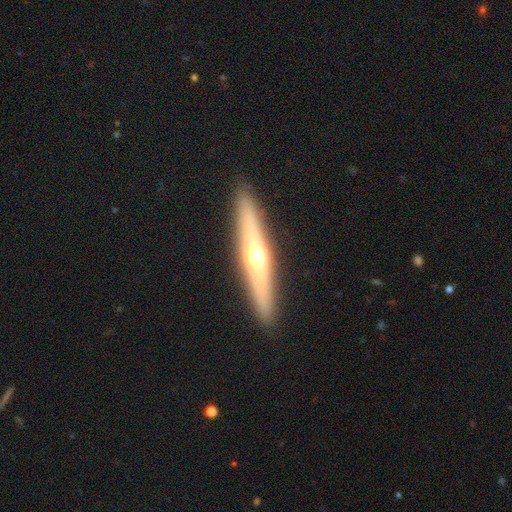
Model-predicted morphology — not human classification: smooth_or_featured: featured or disk (p=0.61) [alt: smooth p=0.33]
disk_edge_on: yes (p=0.92) [alt: no p=0.08]
edge_on_bulge: rounded (p=0.88) [alt: none p=0.09]
merging: none (p=0.92) [alt: minor disturbance p=0.05]